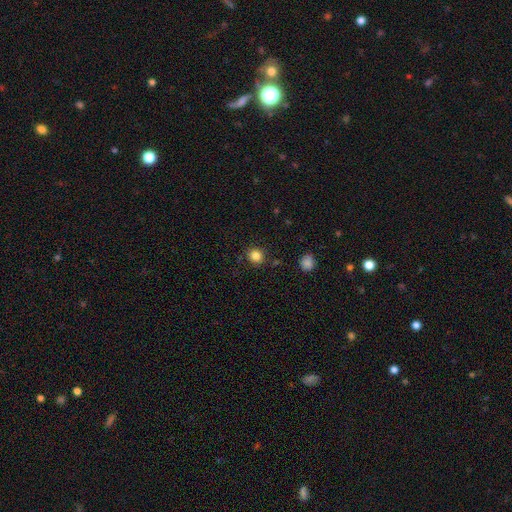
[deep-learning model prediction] smooth_or_featured: smooth (p=0.84) [alt: star or artifact p=0.11]
how_rounded: round (p=0.85) [alt: in between p=0.15]
merging: none (p=0.86) [alt: minor disturbance p=0.09]